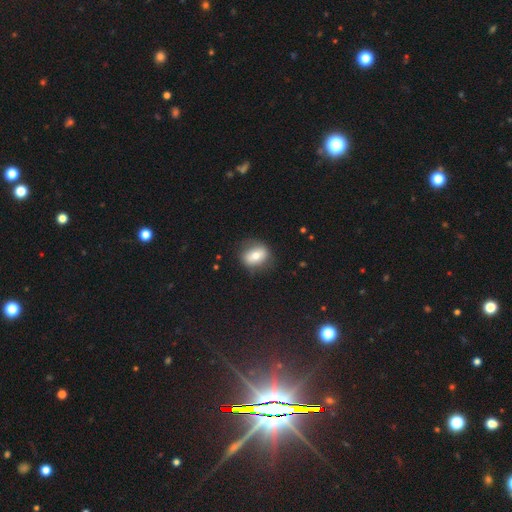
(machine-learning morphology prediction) Smooth or featured? Predicted: smooth (p=0.65). How rounded? Predicted: in between (p=0.54). Merging? Predicted: none (p=0.74).